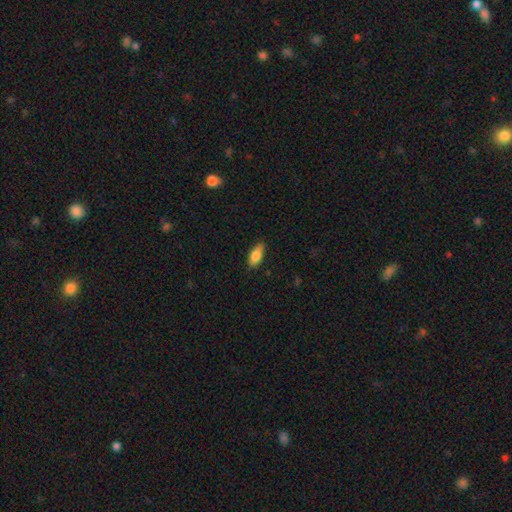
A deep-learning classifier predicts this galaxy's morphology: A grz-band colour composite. It shows a smooth galaxy with no disk features (83%) that is in between round and cigar-shaped (80%). Merging: none (78%).